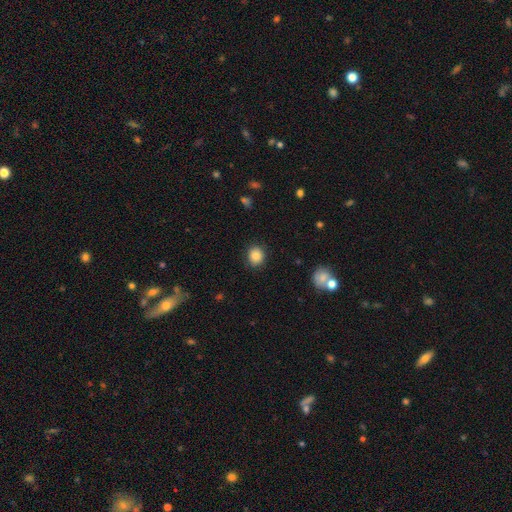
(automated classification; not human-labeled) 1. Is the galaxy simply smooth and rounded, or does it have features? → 86% smooth, 9% star or artifact, 5% featured or disk.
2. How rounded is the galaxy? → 71% round, 28% in between, 1% cigar-shaped.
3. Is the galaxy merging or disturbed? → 86% none, 10% minor disturbance, 3% major disturbance, 1% merger.